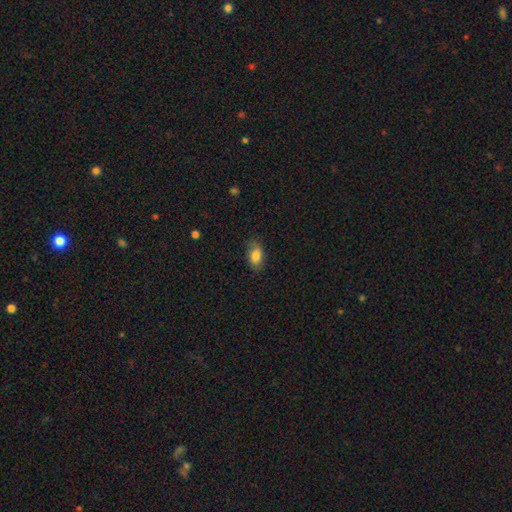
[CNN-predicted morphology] A smooth galaxy with no disk features (82%) that is in between round and cigar-shaped (90%).

Vote fractions:
- Smooth or featured? smooth: 82% / featured or disk: 10% / star or artifact: 8%
- How rounded? in between: 90% / round: 7% / cigar-shaped: 3%
- Merging? none: 79% / minor disturbance: 16% / major disturbance: 4% / merger: 1%